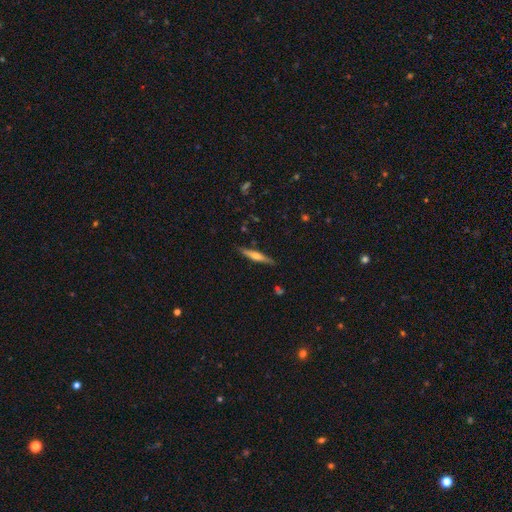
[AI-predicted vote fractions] A featured or disk galaxy (56%) viewed edge-on (96%) with a rounded central bulge (82%). Merging: none (87%).